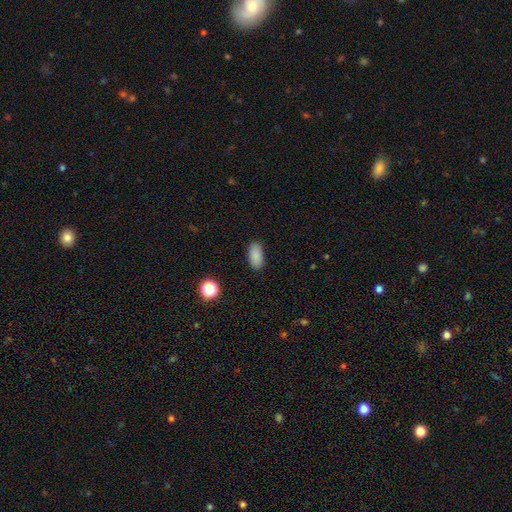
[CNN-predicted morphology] A smooth galaxy with no disk features (87%) that is in between round and cigar-shaped (90%).

Vote fractions:
- Smooth or featured? smooth: 87% / star or artifact: 9% / featured or disk: 4%
- How rounded? in between: 90% / cigar-shaped: 6% / round: 4%
- Merging? none: 88% / minor disturbance: 8% / major disturbance: 2% / merger: 1%